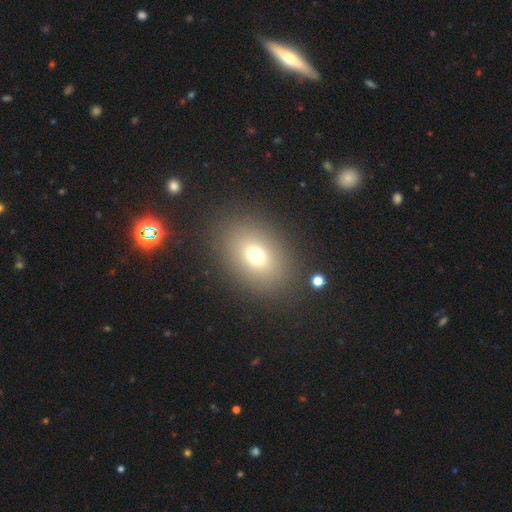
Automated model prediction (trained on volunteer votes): This is likely a smooth galaxy (72%). How rounded: likely in between (69%). Merging: clearly none (85%).